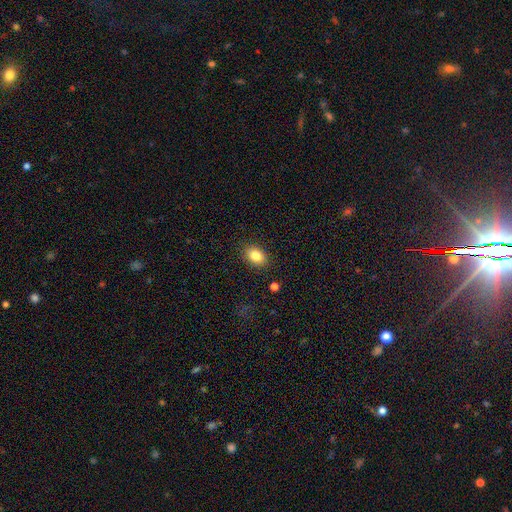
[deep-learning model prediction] This appears to be a smooth galaxy with no disk features (83%) that is in between round and cigar-shaped (75%). Merging: none (86%).